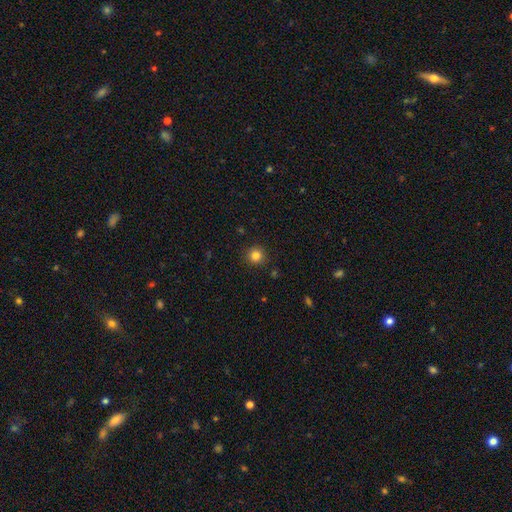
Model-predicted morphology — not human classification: Overall: smooth (83%). How rounded: round (94%). Merging: none (91%).